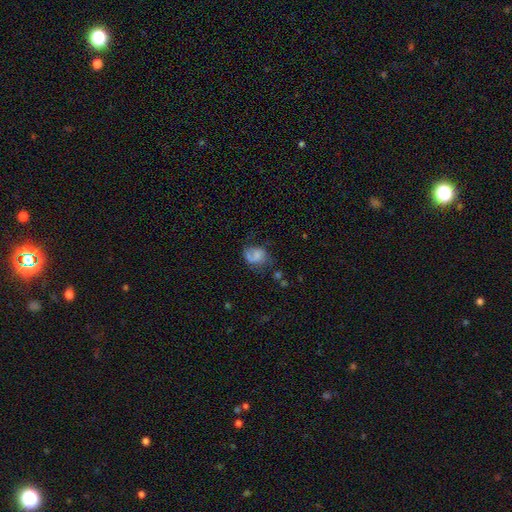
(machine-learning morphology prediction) A smooth galaxy with no disk features (52%) that is in between round and cigar-shaped (57%).

Vote fractions:
- Smooth or featured? smooth: 52% / featured or disk: 37% / star or artifact: 11%
- How rounded? in between: 57% / round: 41% / cigar-shaped: 1%
- Merging? none: 38% / major disturbance: 30% / minor disturbance: 27% / merger: 5%